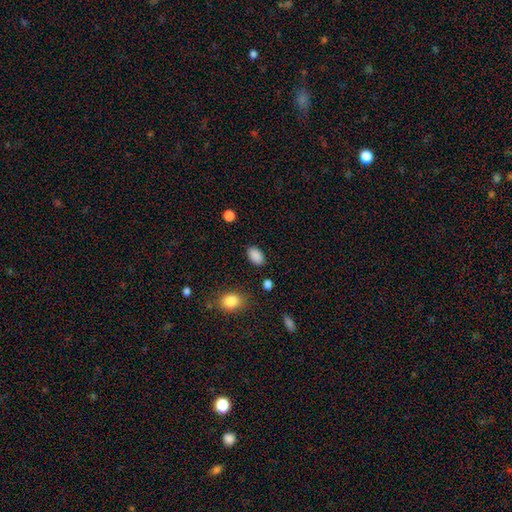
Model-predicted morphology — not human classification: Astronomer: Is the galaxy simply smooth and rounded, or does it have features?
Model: smooth — 89%.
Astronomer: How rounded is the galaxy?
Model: in between — 90%.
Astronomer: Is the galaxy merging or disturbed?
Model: none — 86%.